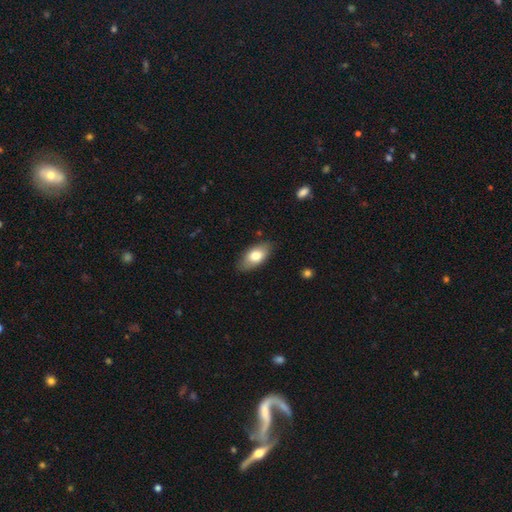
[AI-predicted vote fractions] smooth_or_featured: smooth (p=0.75) [alt: featured or disk p=0.19]
how_rounded: in between (p=0.90) [alt: cigar-shaped p=0.06]
merging: none (p=0.84) [alt: minor disturbance p=0.13]